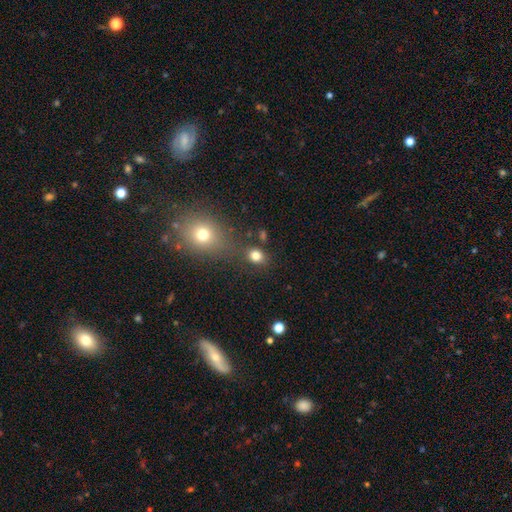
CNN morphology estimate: Smooth or featured? smooth (81%)
How rounded? round (59%)
Merging? none (73%)